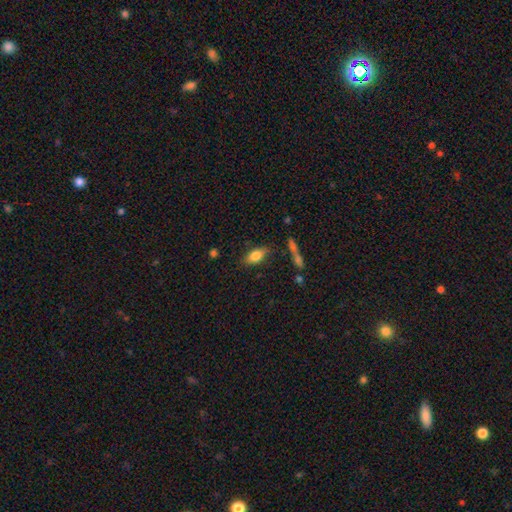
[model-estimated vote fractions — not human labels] A smooth galaxy with no disk features (79%) that is in between round and cigar-shaped (84%).

Vote fractions:
- Smooth or featured? smooth: 79% / featured or disk: 13% / star or artifact: 8%
- How rounded? in between: 84% / cigar-shaped: 11% / round: 5%
- Merging? none: 79% / minor disturbance: 14% / major disturbance: 4% / merger: 3%